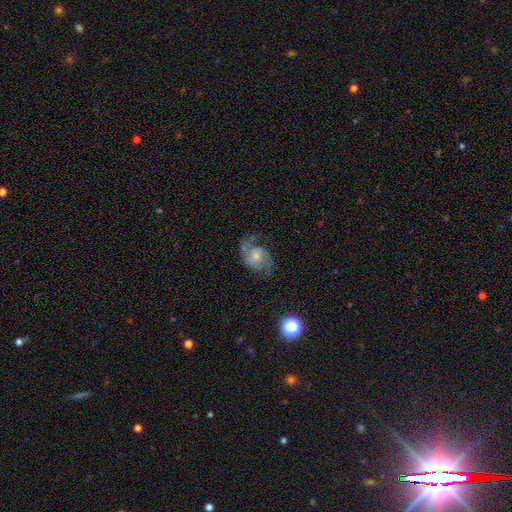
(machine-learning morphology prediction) smooth_or_featured: featured or disk (p=0.81) [alt: smooth p=0.10]
disk_edge_on: no (p=0.97) [alt: yes p=0.03]
bar: no (p=0.64) [alt: weak p=0.30]
has_spiral_arms: yes (p=0.96) [alt: no p=0.04]
spiral_winding: medium (p=0.53) [alt: loose p=0.25]
spiral_arm_count: 2 (p=0.84) [alt: can't tell p=0.06]
bulge_size: moderate (p=0.47) [alt: small p=0.45]
merging: none (p=0.71) [alt: minor disturbance p=0.18]